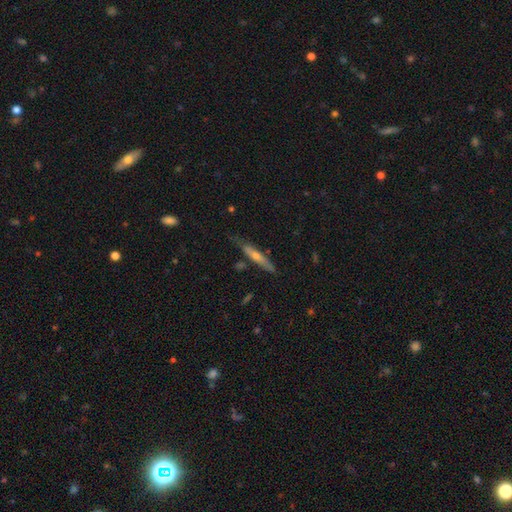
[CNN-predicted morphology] A featured or disk galaxy (55%) viewed edge-on (91%) with a rounded central bulge (67%).

Vote fractions:
- Smooth or featured? featured or disk: 55% / smooth: 38% / star or artifact: 7%
- Edge-on disk? yes: 91% / no: 9%
- Edge-on bulge? rounded: 67% / none: 28% / boxy: 5%
- Merging? none: 73% / minor disturbance: 20% / major disturbance: 4% / merger: 3%